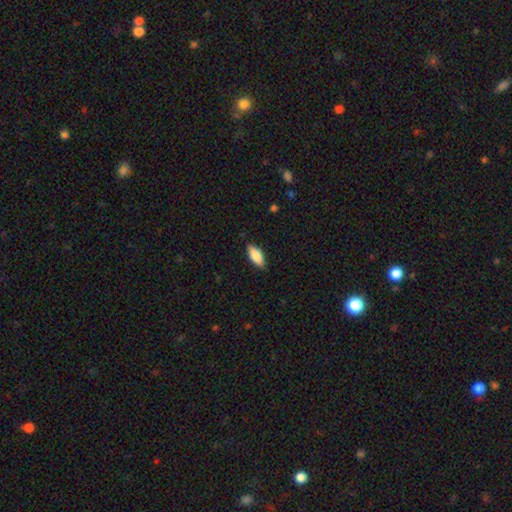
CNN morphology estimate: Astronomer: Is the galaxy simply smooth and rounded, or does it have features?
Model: smooth — 82%.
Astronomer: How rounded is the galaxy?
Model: in between — 83%.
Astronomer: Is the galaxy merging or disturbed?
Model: none — 86%.